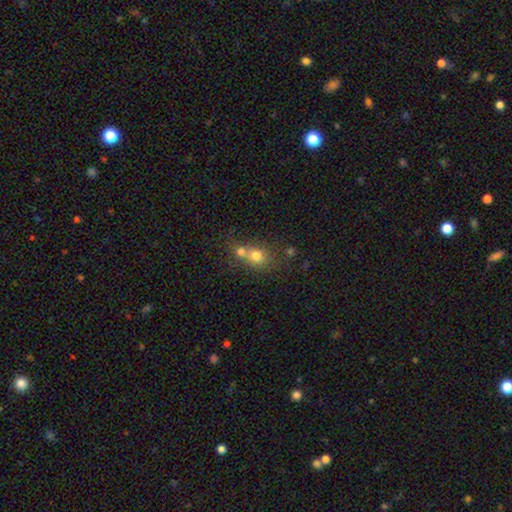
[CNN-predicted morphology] Q: Smooth or featured?
A: smooth (73%); runner-up: featured or disk (15%)
Q: How rounded?
A: round (67%); runner-up: in between (32%)
Q: Merging?
A: merger (58%); runner-up: none (30%)